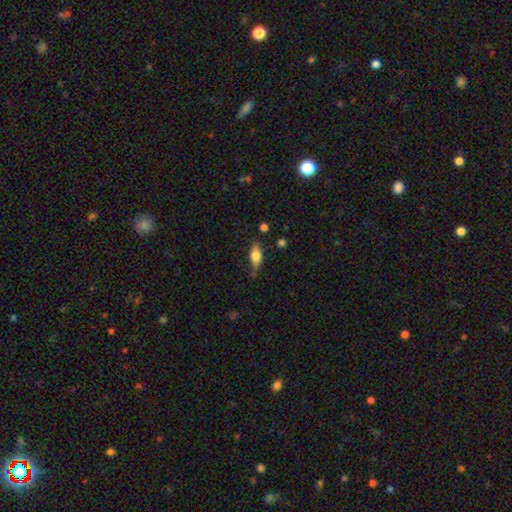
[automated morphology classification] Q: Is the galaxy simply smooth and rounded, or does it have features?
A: smooth — 69%.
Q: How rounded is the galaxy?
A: in between — 79%.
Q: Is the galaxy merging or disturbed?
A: none — 75%.